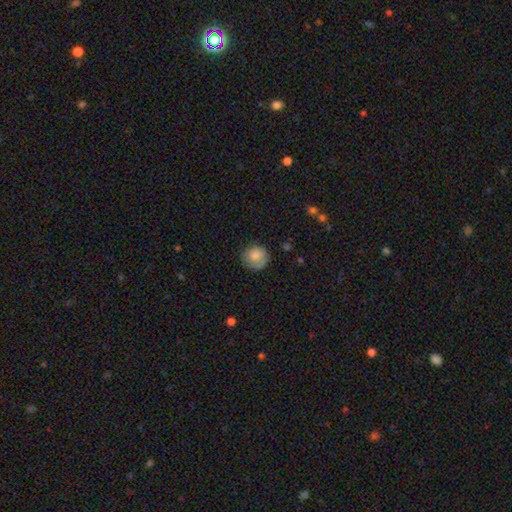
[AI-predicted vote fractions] Q: Smooth or featured?
A: smooth (78%); runner-up: featured or disk (14%)
Q: How rounded?
A: round (83%); runner-up: in between (16%)
Q: Merging?
A: none (67%); runner-up: minor disturbance (23%)